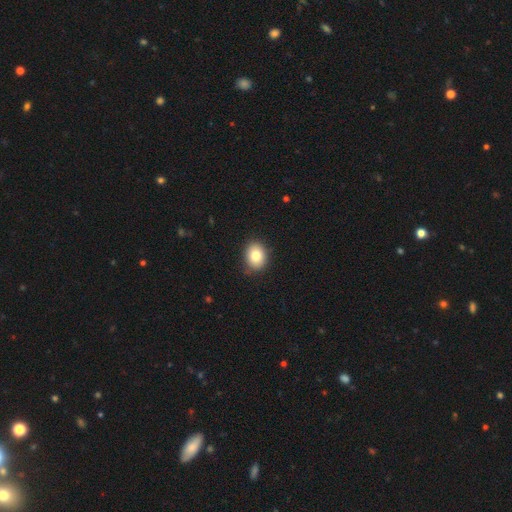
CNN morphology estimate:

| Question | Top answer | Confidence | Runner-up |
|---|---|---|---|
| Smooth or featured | smooth | 81% | featured or disk (10%) |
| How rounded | round | 53% | in between (46%) |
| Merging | none | 87% | minor disturbance (10%) |